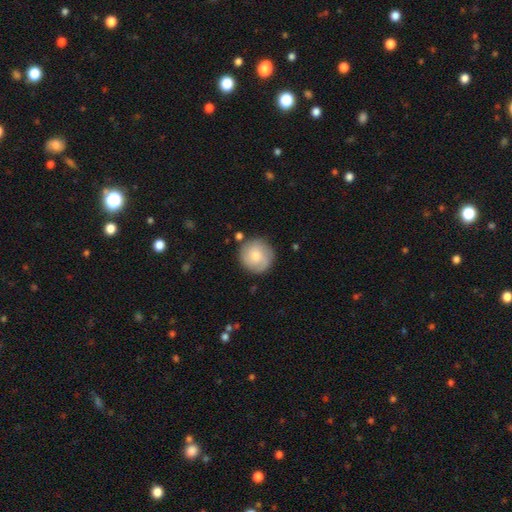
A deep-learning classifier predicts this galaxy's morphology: smooth_or_featured: smooth (p=0.68) [alt: featured or disk p=0.25]
how_rounded: round (p=0.94) [alt: in between p=0.05]
merging: none (p=0.82) [alt: minor disturbance p=0.12]